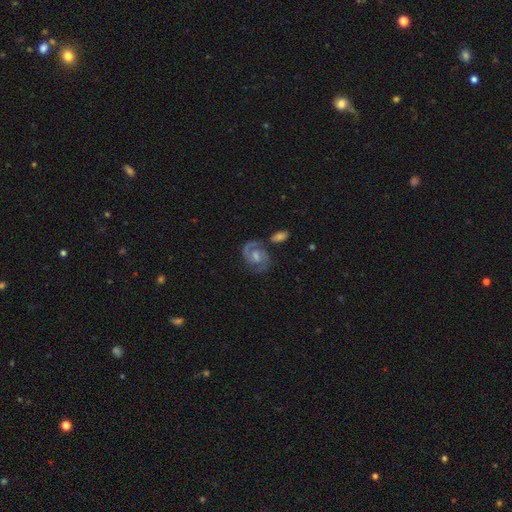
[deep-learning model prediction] smooth_or_featured: featured or disk (p=0.86) [alt: smooth p=0.07]
disk_edge_on: no (p=0.98) [alt: yes p=0.02]
bar: no (p=0.48) [alt: weak p=0.42]
has_spiral_arms: yes (p=0.96) [alt: no p=0.04]
spiral_winding: medium (p=0.51) [alt: tight p=0.39]
spiral_arm_count: 2 (p=0.89) [alt: can't tell p=0.04]
bulge_size: moderate (p=0.53) [alt: small p=0.32]
merging: none (p=0.73) [alt: minor disturbance p=0.13]